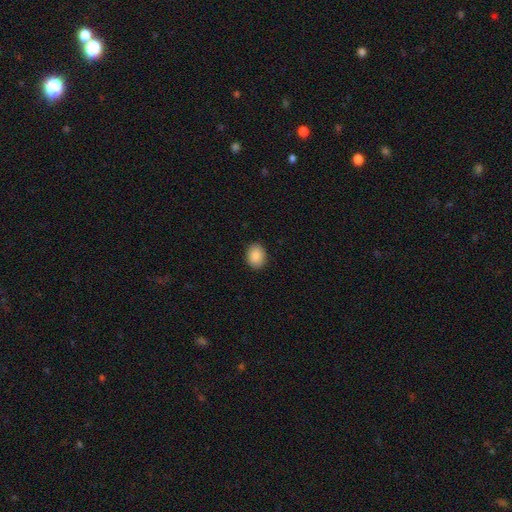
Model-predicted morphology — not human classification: Overall: smooth (88%). How rounded: in between (62%; round 37%). Merging: none (89%).